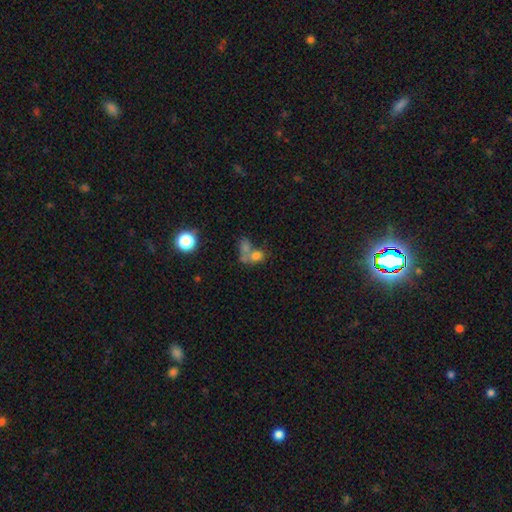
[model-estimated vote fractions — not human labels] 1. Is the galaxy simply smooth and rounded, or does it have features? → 69% smooth, 17% featured or disk, 15% star or artifact.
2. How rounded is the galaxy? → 55% in between, 43% round, 2% cigar-shaped.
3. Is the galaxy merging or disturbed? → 61% merger, 23% none, 8% major disturbance, 8% minor disturbance.